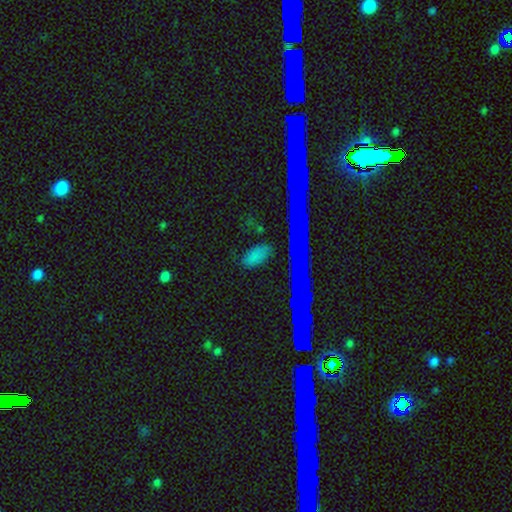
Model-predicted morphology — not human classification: This appears to be a smooth galaxy with no disk features (55%) that is in between round and cigar-shaped (73%). Merging: none (82%).